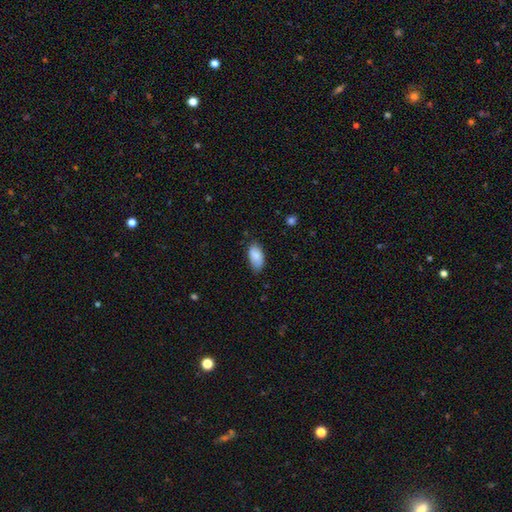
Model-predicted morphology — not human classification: This appears to be a smooth galaxy with no disk features (86%) that is in between round and cigar-shaped (93%). Merging: none (70%).